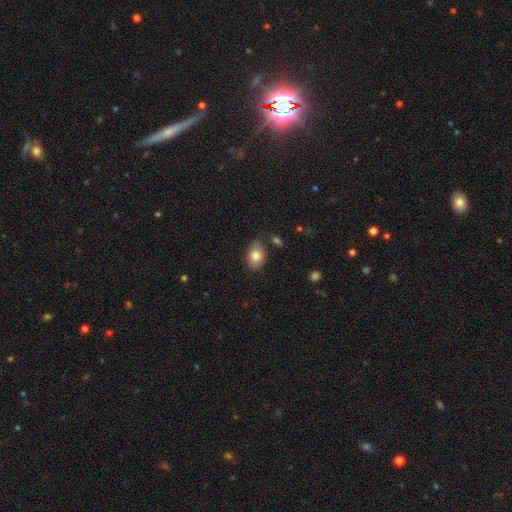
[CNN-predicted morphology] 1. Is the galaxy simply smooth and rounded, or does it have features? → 82% smooth, 11% featured or disk, 7% star or artifact.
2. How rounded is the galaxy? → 82% in between, 16% round, 1% cigar-shaped.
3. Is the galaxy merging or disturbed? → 75% none, 18% minor disturbance, 4% major disturbance, 3% merger.